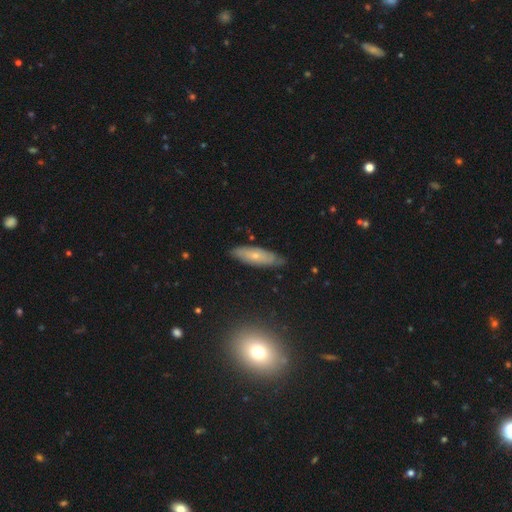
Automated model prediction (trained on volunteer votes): This appears to be a featured or disk galaxy (47%). Merging: none (78%).